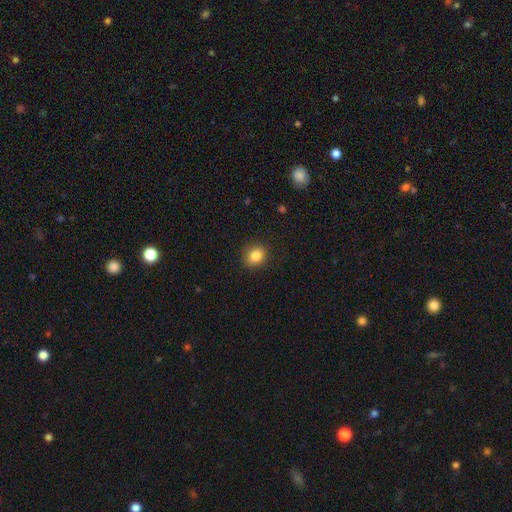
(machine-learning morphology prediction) type=smooth (84%); roundness=round (63%); merging=none (88%).